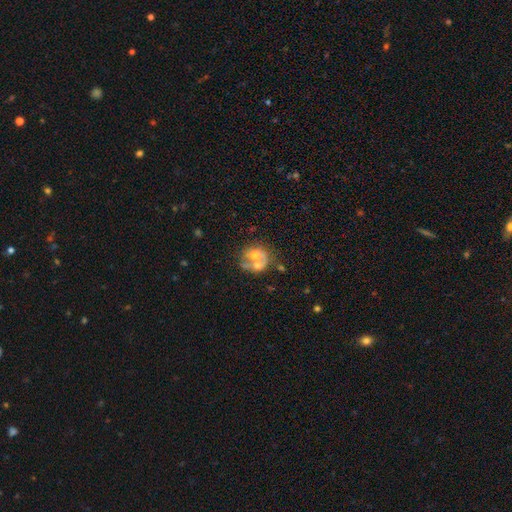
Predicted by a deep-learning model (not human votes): A featured or disk galaxy (55%) with no bar (85%), no spiral arms (67%) and a moderate central bulge (57%). Merging: merger (49%).